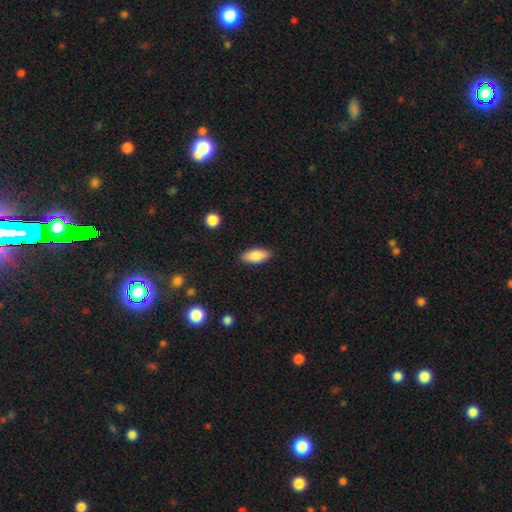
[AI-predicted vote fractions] smooth-or-featured: smooth: 86% | featured or disk: 8% | star or artifact: 6%
  how-rounded: in between: 84% | cigar-shaped: 14% | round: 2%
  merging: none: 87% | minor disturbance: 9% | major disturbance: 2% | merger: 1%